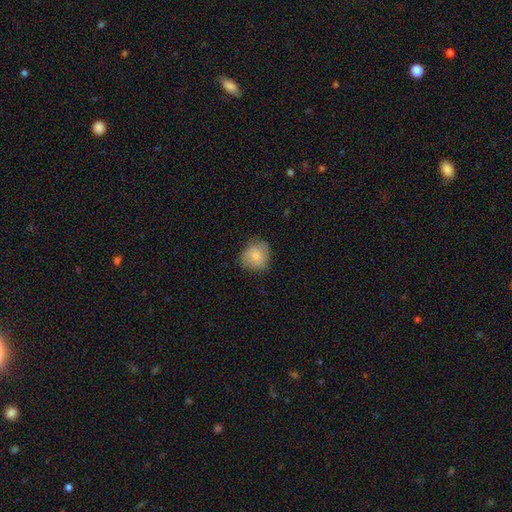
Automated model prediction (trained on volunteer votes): smooth 82%, featured or disk 11%, star or artifact 7%. Down the decision tree: how rounded — round (80%); merging — none (74%).